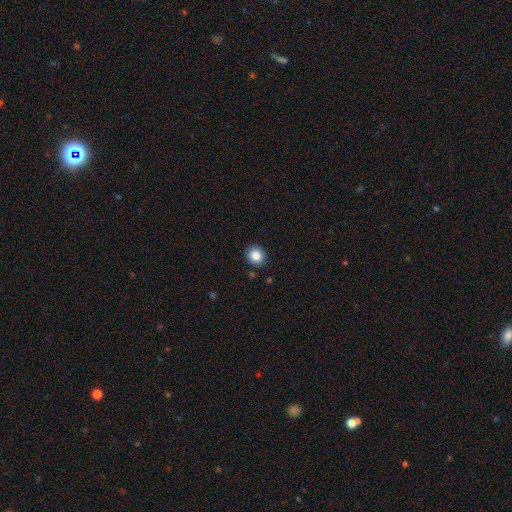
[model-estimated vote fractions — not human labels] A smooth galaxy with no disk features (86%) that is round (83%).

Vote fractions:
- Smooth or featured? smooth: 86% / star or artifact: 9% / featured or disk: 5%
- How rounded? round: 83% / in between: 16% / cigar-shaped: 1%
- Merging? none: 90% / minor disturbance: 7% / major disturbance: 2% / merger: 2%